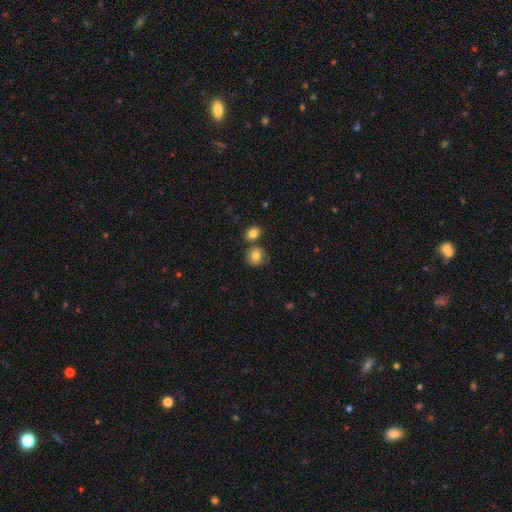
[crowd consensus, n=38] This is clearly a smooth galaxy (82%). How rounded: likely round (68%). Merging: likely none (73%).